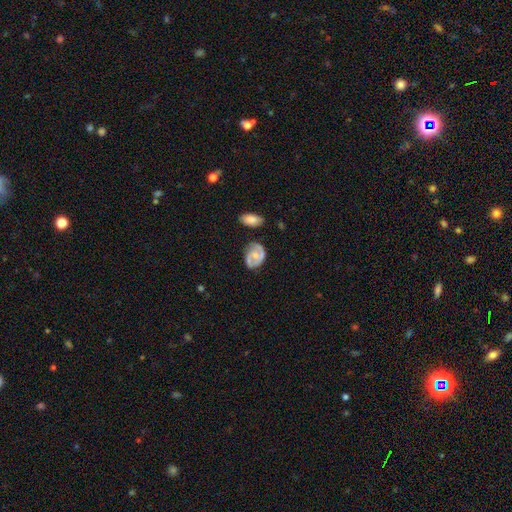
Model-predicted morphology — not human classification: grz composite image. It shows a featured or disk galaxy (64%) with no bar (64%), 2 (70%) medium (41%, tied with tight) spiral arms (82%) and a small central bulge (52%). Merging: none (61%).